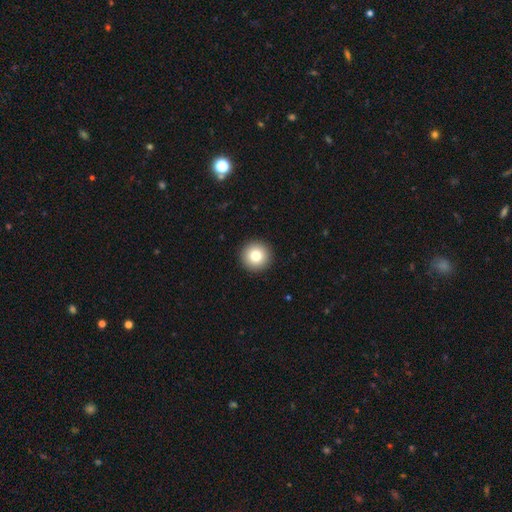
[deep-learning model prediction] A smooth galaxy with no disk features (81%) that is round (96%).

Vote fractions:
- Smooth or featured? smooth: 81% / star or artifact: 10% / featured or disk: 9%
- How rounded? round: 96% / in between: 3% / cigar-shaped: 1%
- Merging? none: 94% / minor disturbance: 4% / major disturbance: 1% / merger: 1%